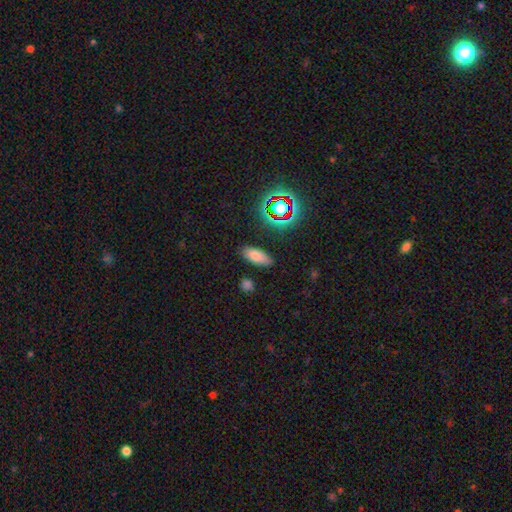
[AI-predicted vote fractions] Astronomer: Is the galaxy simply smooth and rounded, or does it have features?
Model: smooth — 75%.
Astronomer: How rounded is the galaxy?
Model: in between — 82%.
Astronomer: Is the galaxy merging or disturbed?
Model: none — 84%.